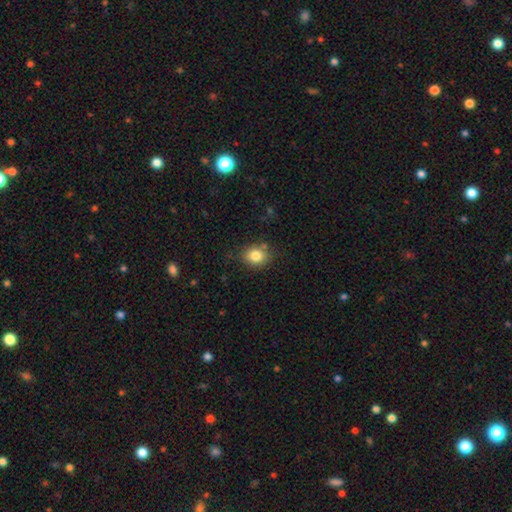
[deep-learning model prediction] Smooth or featured?
  - smooth: 83% *
  - star or artifact: 10%
  - featured or disk: 7%
How rounded?
  - round: 60% *
  - in between: 39%
  - cigar-shaped: 1%
Merging?
  - none: 78% *
  - minor disturbance: 15%
  - merger: 4%
  - major disturbance: 4%